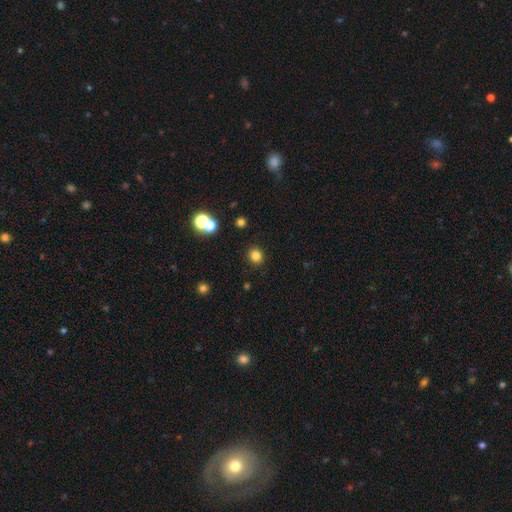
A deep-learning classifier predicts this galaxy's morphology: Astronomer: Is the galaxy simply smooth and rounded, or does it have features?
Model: smooth — 80%.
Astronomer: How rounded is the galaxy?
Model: round — 85%.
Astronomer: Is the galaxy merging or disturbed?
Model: none — 89%.